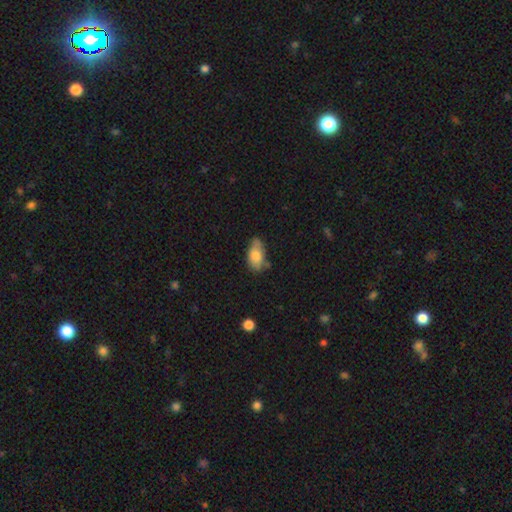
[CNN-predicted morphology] smooth 75%, featured or disk 18%, star or artifact 7%. Down the decision tree: how rounded — in between (91%); merging — none (57%).